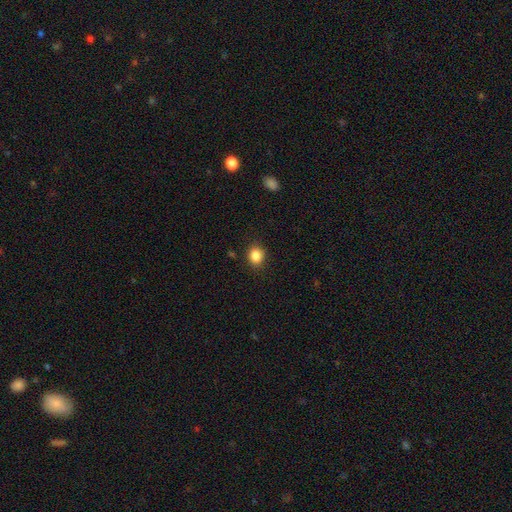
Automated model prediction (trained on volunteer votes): Smooth or featured? smooth (86%)
How rounded? round (67%)
Merging? none (88%)